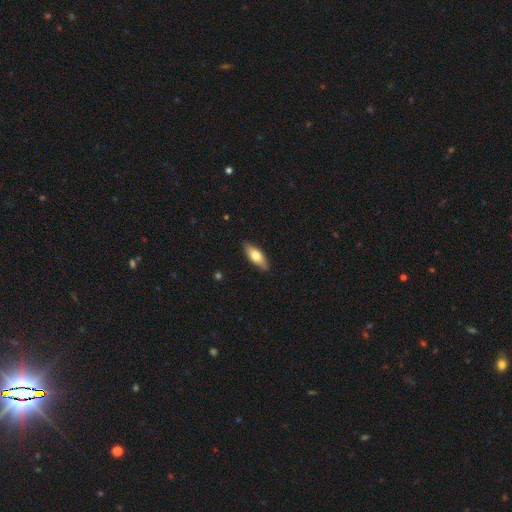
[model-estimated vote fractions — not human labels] Smooth or featured? Predicted: smooth (p=0.66). How rounded? Predicted: in between (p=0.67). Merging? Predicted: none (p=0.88).